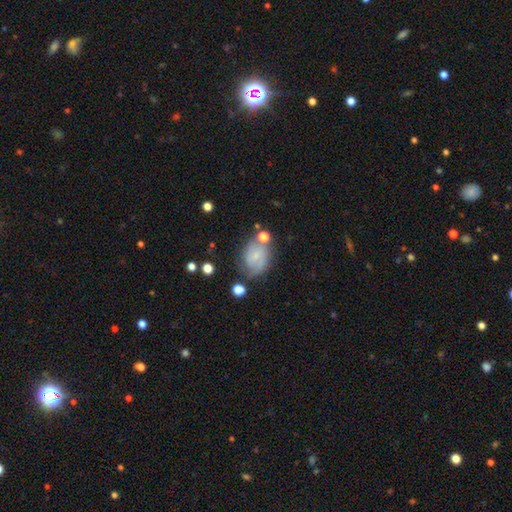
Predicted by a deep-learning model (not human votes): smooth_or_featured: featured or disk (p=0.52) [alt: smooth p=0.34]
disk_edge_on: no (p=0.96) [alt: yes p=0.04]
merging: none (p=0.67) [alt: minor disturbance p=0.19]